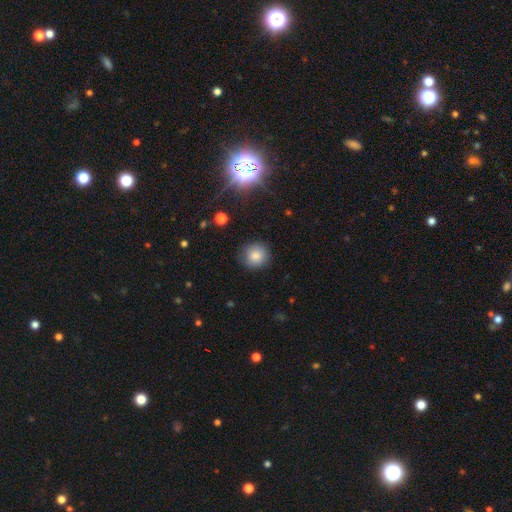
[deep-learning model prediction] The model was most divided on "smooth or featured": smooth: 81%, star or artifact: 11%, featured or disk: 7%. More confident: how rounded — round (92%); merging — none (86%).